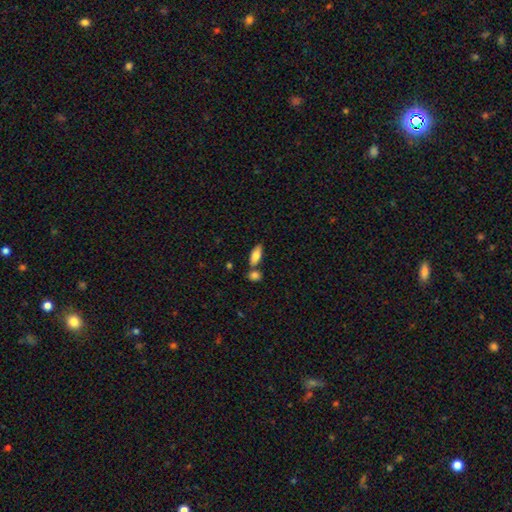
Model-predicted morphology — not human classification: A smooth galaxy with no disk features (80%) that is in between round and cigar-shaped (81%). Merging: none (66%).